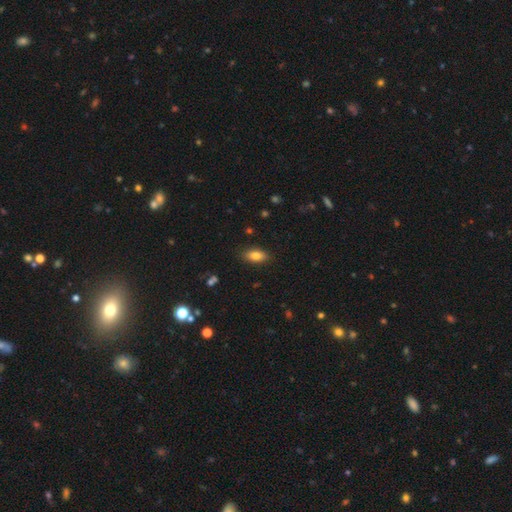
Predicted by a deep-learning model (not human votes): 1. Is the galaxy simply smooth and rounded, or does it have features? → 80% smooth, 12% featured or disk, 8% star or artifact.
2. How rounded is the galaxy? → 85% in between, 10% cigar-shaped, 5% round.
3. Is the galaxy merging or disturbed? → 86% none, 10% minor disturbance, 2% major disturbance, 1% merger.